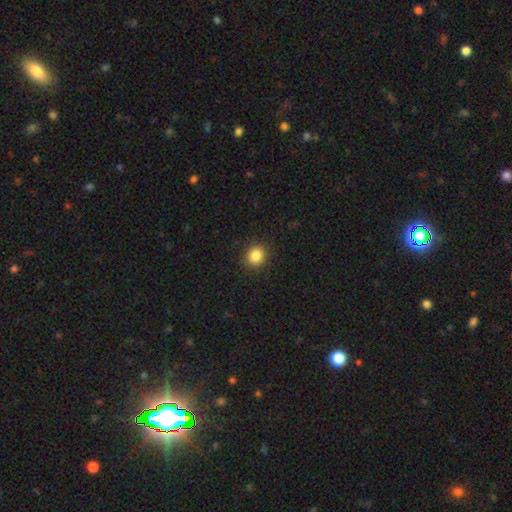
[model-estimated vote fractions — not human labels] Overall: smooth (85%). How rounded: round (81%). Merging: none (90%).